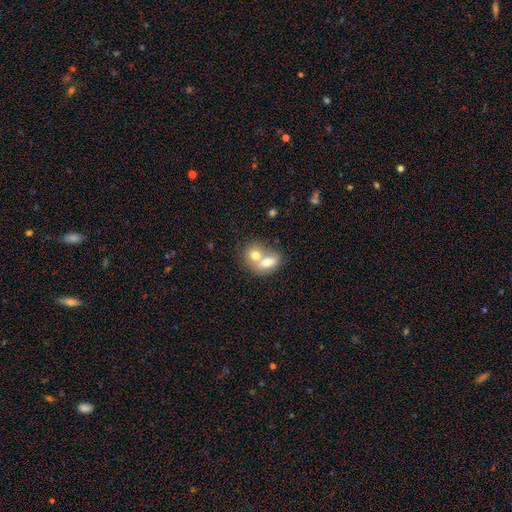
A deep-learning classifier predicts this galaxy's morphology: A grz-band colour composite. It shows a smooth galaxy with no disk features (69%) that is in between round and cigar-shaped (56%). Merging: merger (74%).